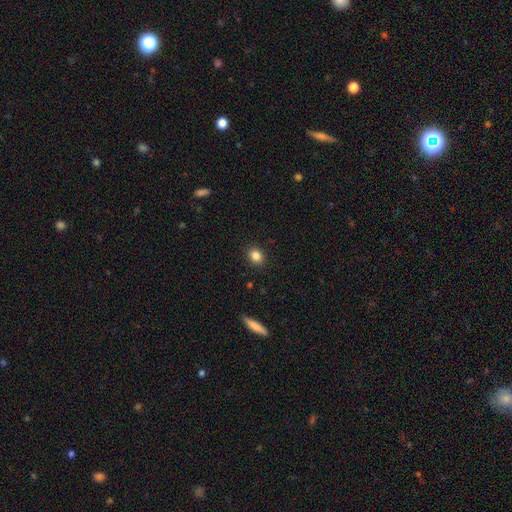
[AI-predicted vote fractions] A smooth galaxy with no disk features (85%) that is in between round and cigar-shaped (52%).

Vote fractions:
- Smooth or featured? smooth: 85% / star or artifact: 10% / featured or disk: 5%
- How rounded? in between: 52% / round: 47% / cigar-shaped: 2%
- Merging? none: 89% / minor disturbance: 8% / major disturbance: 2% / merger: 1%